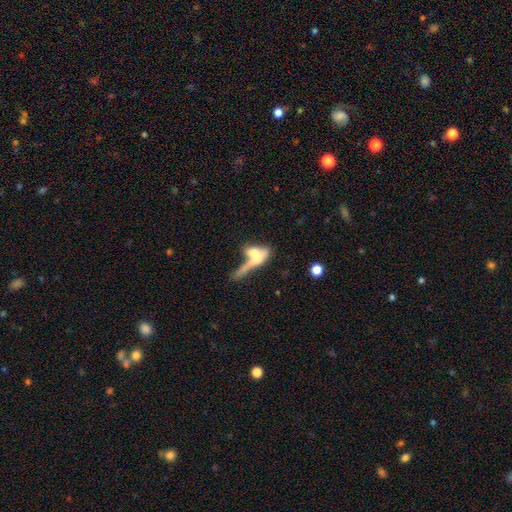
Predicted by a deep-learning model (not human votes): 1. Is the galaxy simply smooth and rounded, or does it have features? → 50% smooth, 41% featured or disk, 8% star or artifact.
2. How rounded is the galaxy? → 47% cigar-shaped, 42% in between, 12% round.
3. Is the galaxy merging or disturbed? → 57% merger, 20% none, 14% major disturbance, 9% minor disturbance.